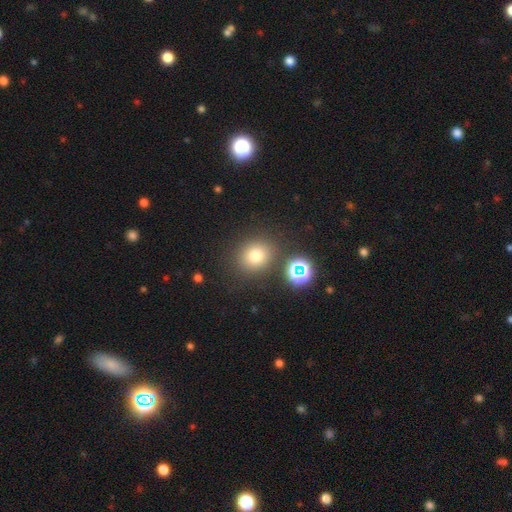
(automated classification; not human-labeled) smooth_or_featured: smooth (p=0.75) [alt: star or artifact p=0.17]
how_rounded: round (p=0.77) [alt: in between p=0.22]
merging: none (p=0.81) [alt: minor disturbance p=0.09]